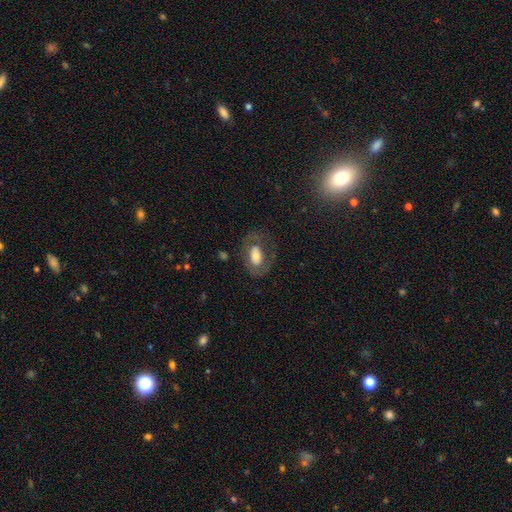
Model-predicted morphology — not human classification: Q: Smooth or featured?
A: smooth (52%); runner-up: featured or disk (40%)
Q: How rounded?
A: in between (86%); runner-up: round (12%)
Q: Merging?
A: none (62%); runner-up: minor disturbance (18%)